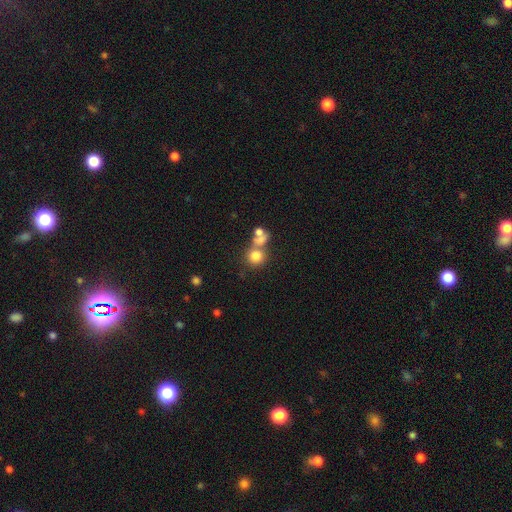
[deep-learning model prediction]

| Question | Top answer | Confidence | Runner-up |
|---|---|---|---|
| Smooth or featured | smooth | 76% | star or artifact (13%) |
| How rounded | round | 84% | in between (15%) |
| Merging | none | 47% | merger (37%) |